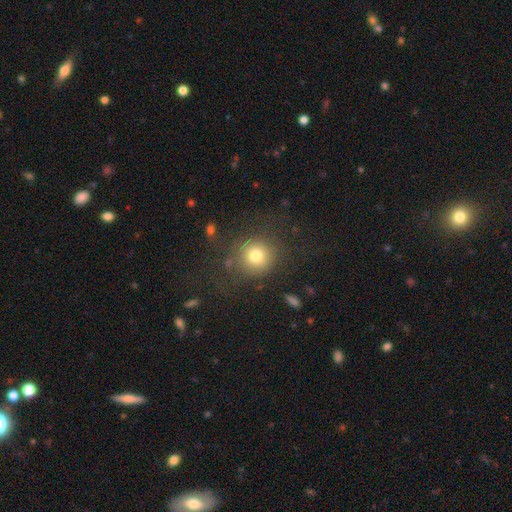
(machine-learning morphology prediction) smooth 77%, star or artifact 12%, featured or disk 11%. Down the decision tree: how rounded — round (90%); merging — none (76%).